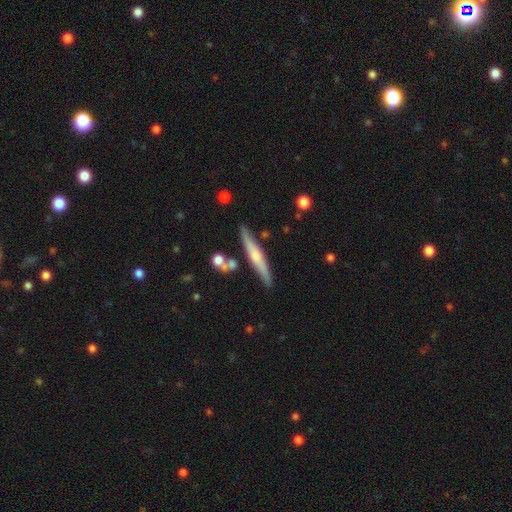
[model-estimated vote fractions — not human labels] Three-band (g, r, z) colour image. It shows a featured or disk galaxy (54%) viewed edge-on (94%) with a rounded central bulge (67%). Merging: none (80%).